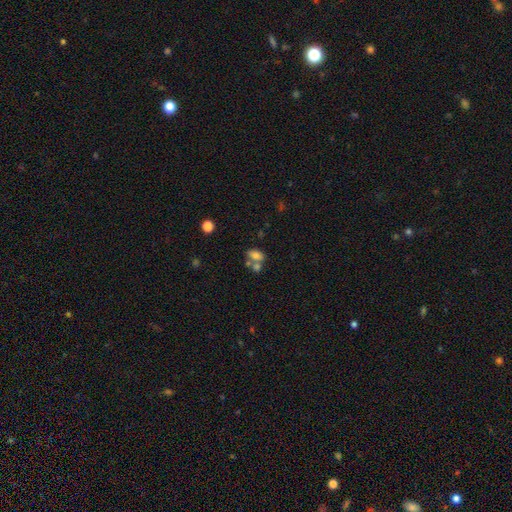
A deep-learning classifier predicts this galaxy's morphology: Overall: smooth (75%). How rounded: in between (84%). Merging: merger (46%; none 36%).